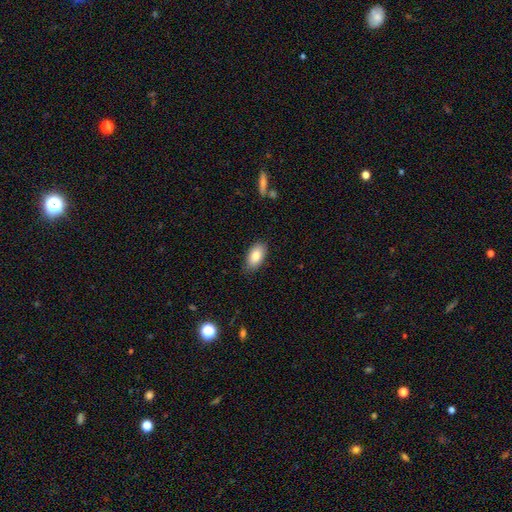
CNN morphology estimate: Smooth or featured: smooth — 84% (featured or disk — 9%)
How rounded: in between — 94% (round — 4%)
Merging: none — 84% (minor disturbance — 13%)